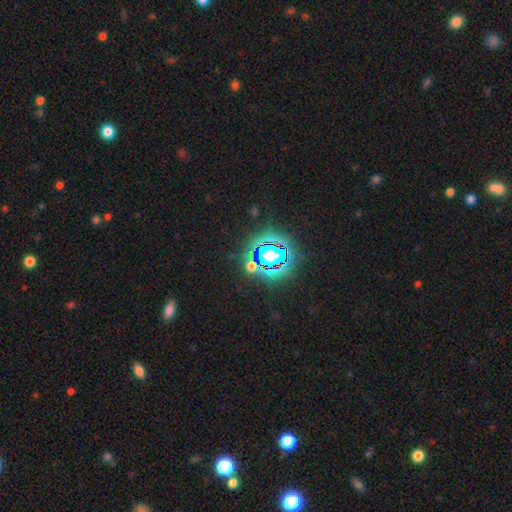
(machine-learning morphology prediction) Smooth or featured?
  - star or artifact: 76% *
  - smooth: 14%
  - featured or disk: 10%